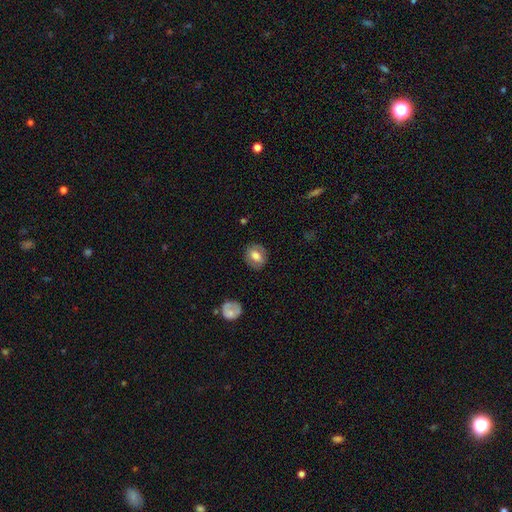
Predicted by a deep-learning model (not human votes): Q: Smooth or featured?
A: smooth (66%); runner-up: featured or disk (27%)
Q: How rounded?
A: round (55%); runner-up: in between (44%)
Q: Merging?
A: none (82%); runner-up: minor disturbance (13%)